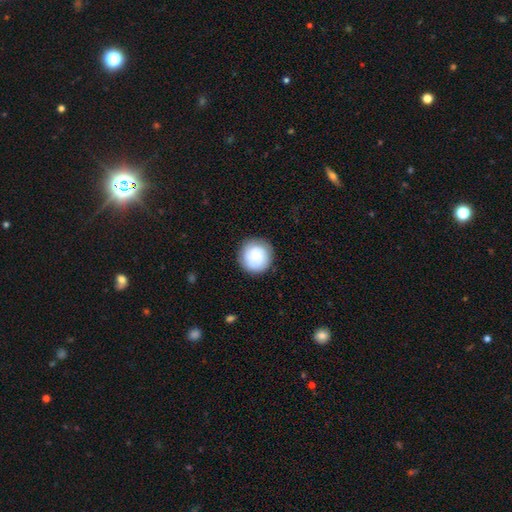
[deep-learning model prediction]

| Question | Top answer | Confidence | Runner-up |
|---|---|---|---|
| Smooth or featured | smooth | 76% | featured or disk (17%) |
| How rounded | round | 94% | in between (5%) |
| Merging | none | 87% | minor disturbance (10%) |